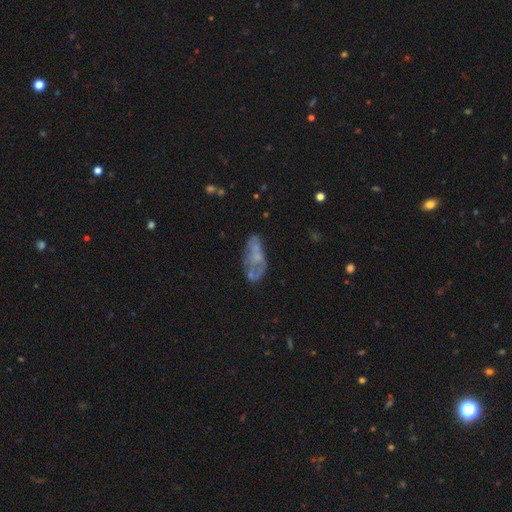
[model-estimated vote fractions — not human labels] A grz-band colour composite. It shows a featured or disk galaxy (53%). Merging: none (48%).